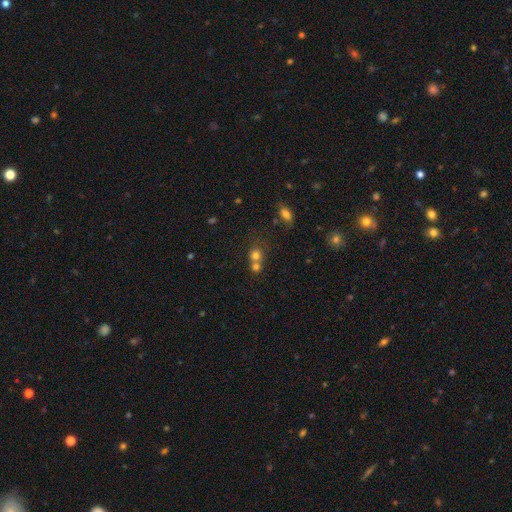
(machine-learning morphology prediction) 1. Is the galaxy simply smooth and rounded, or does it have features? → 73% smooth, 15% star or artifact, 12% featured or disk.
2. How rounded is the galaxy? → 83% round, 16% in between, 1% cigar-shaped.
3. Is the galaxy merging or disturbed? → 51% merger, 39% none, 6% minor disturbance, 3% major disturbance.